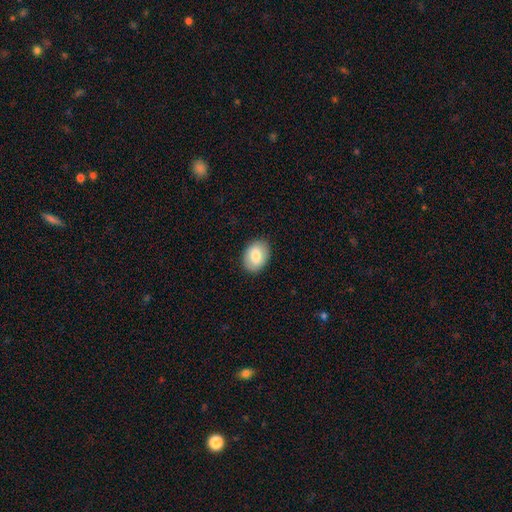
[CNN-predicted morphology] Smooth or featured? Predicted: smooth (p=0.80). How rounded? Predicted: in between (p=0.78). Merging? Predicted: none (p=0.88).